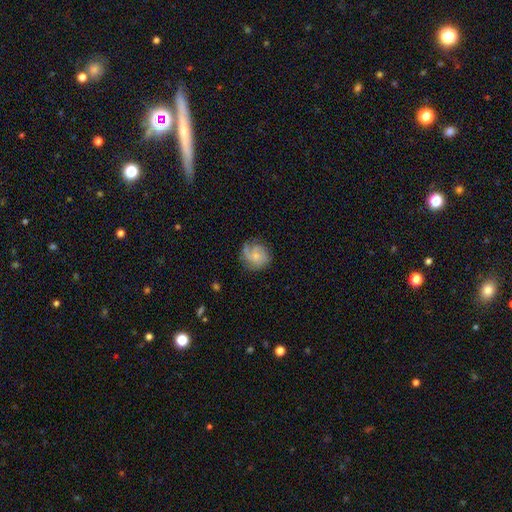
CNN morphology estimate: A featured or disk galaxy (64%) with no bar (73%), 2 (32%) tight (45%) spiral arms (92%) and a small central bulge (64%).

Vote fractions:
- Smooth or featured? featured or disk: 64% / smooth: 29% / star or artifact: 7%
- Edge-on disk? no: 98% / yes: 2%
- Bar? no: 73% / weak: 24% / strong: 3%
- Spiral arms? yes: 92% / no: 8%
- Spiral winding? tight: 45% / medium: 38% / loose: 17%
- Spiral arm count? 2: 32% / 1: 28% / can't tell: 19% / 3: 16% / 4: 3% / more than 4: 3%
- Bulge size? small: 64% / moderate: 28% / none: 6% / large: 2% / dominant: 1%
- Merging? none: 66% / minor disturbance: 21% / major disturbance: 11% / merger: 1%